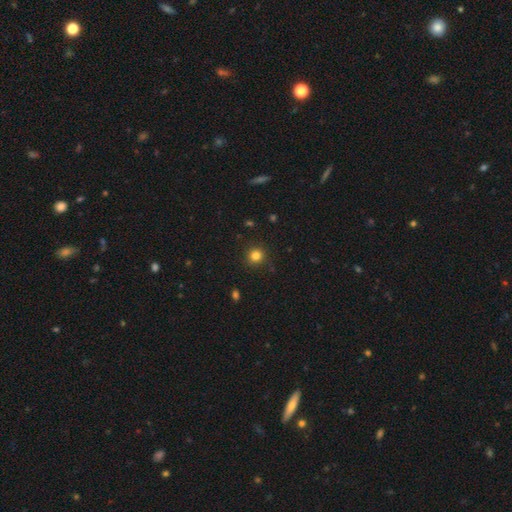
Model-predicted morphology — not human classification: Overall: smooth (82%). How rounded: round (93%). Merging: none (91%).